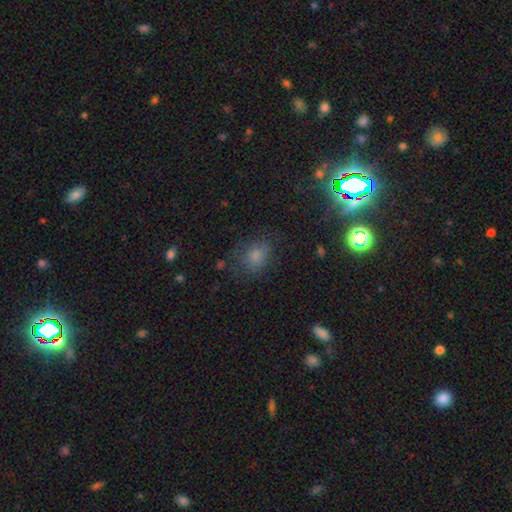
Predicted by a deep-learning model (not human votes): Smooth or featured?
  - smooth: 58% *
  - star or artifact: 31%
  - featured or disk: 11%
How rounded?
  - round: 57% *
  - in between: 42%
  - cigar-shaped: 1%
Merging?
  - none: 77% *
  - minor disturbance: 15%
  - major disturbance: 6%
  - merger: 2%